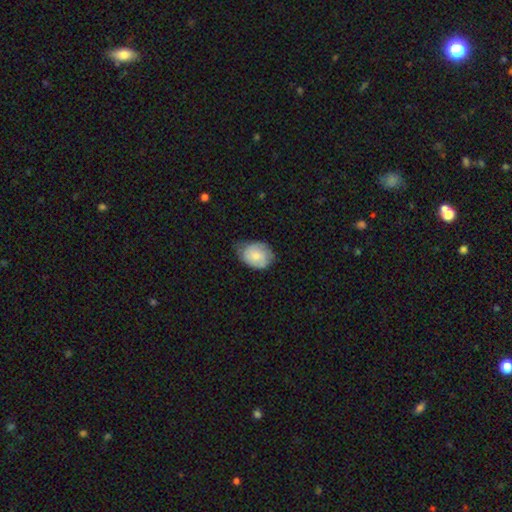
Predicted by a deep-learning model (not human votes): A smooth galaxy with no disk features (69%) that is in between round and cigar-shaped (57%).

Vote fractions:
- Smooth or featured? smooth: 69% / featured or disk: 25% / star or artifact: 6%
- How rounded? in between: 57% / round: 42% / cigar-shaped: 1%
- Merging? none: 54% / minor disturbance: 37% / major disturbance: 8% / merger: 1%